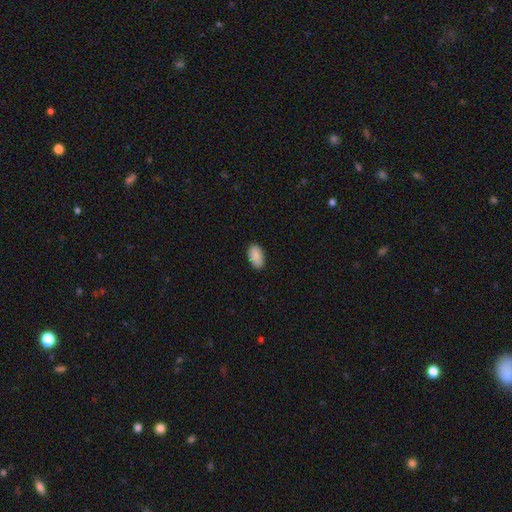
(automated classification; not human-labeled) Smooth or featured? smooth (90%)
How rounded? in between (94%)
Merging? none (86%)